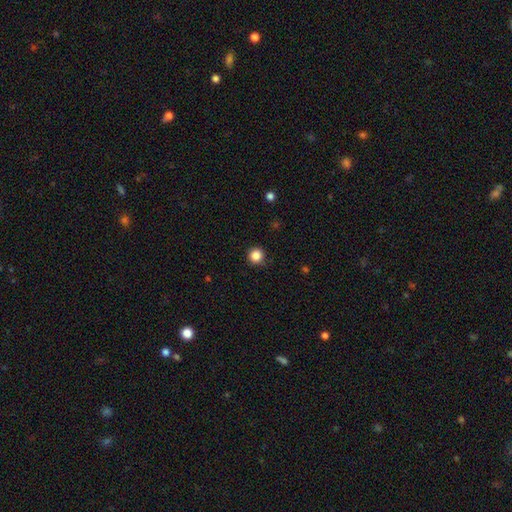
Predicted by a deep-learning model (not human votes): smooth-or-featured: smooth: 85% | star or artifact: 11% | featured or disk: 4%
  how-rounded: round: 95% | in between: 4% | cigar-shaped: 1%
  merging: none: 90% | minor disturbance: 7% | major disturbance: 2% | merger: 1%